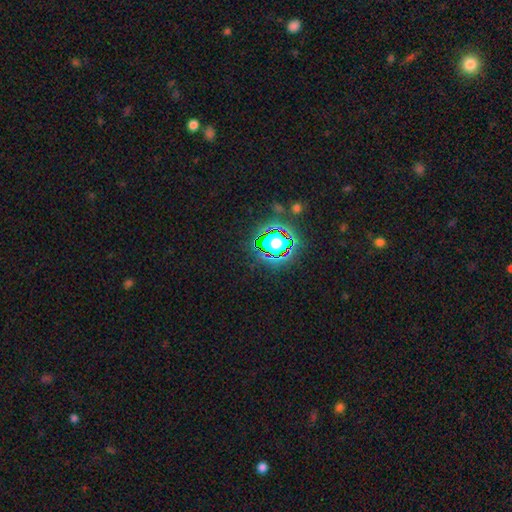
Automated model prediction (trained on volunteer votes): smooth-or-featured: star or artifact: 82% | smooth: 11% | featured or disk: 7%